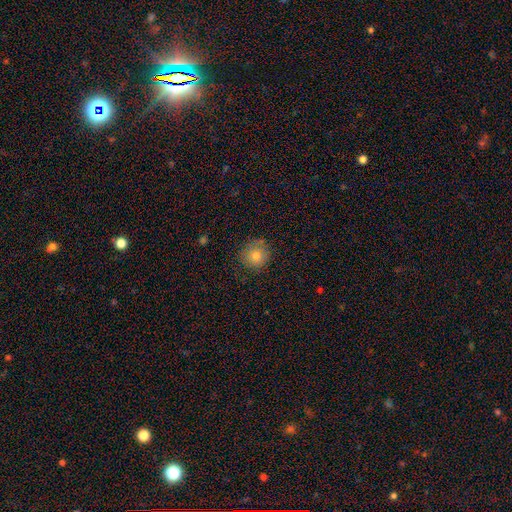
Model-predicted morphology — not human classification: Smooth or featured? Predicted: smooth (p=0.77). How rounded? Predicted: round (p=0.91). Merging? Predicted: none (p=0.81).